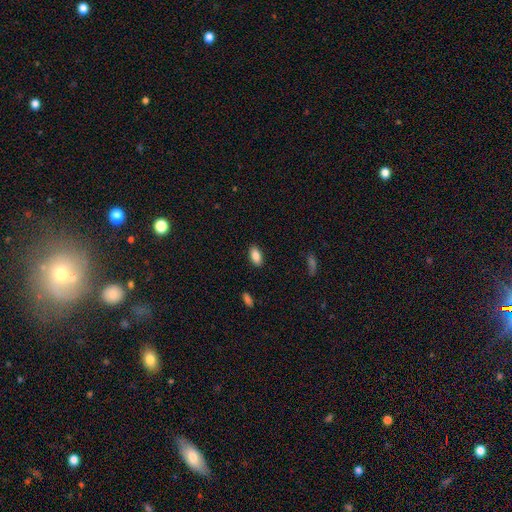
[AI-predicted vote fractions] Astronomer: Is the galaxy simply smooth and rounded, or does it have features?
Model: smooth — 86%.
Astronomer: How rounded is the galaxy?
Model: in between — 92%.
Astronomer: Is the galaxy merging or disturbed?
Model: none — 88%.